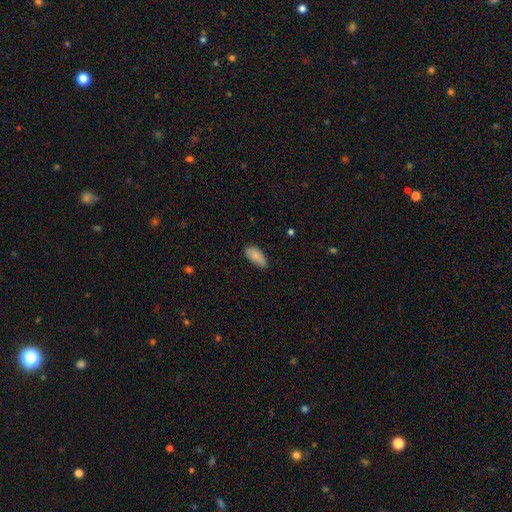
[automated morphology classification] smooth-or-featured: smooth: 87% | featured or disk: 7% | star or artifact: 6%
  how-rounded: in between: 92% | cigar-shaped: 6% | round: 2%
  merging: none: 77% | minor disturbance: 19% | major disturbance: 3% | merger: 1%